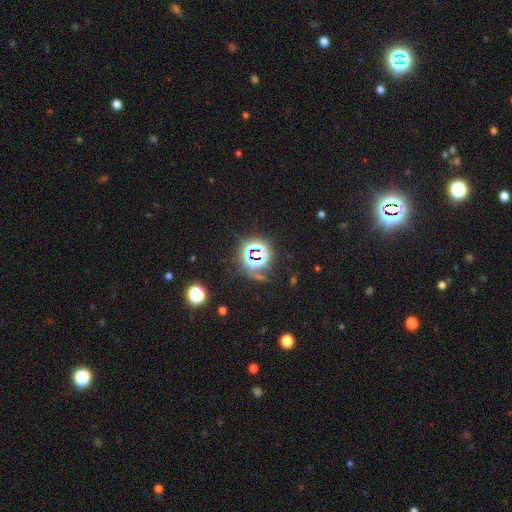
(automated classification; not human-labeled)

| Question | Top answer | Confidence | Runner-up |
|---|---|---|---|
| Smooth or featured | star or artifact | 79% | smooth (12%) |